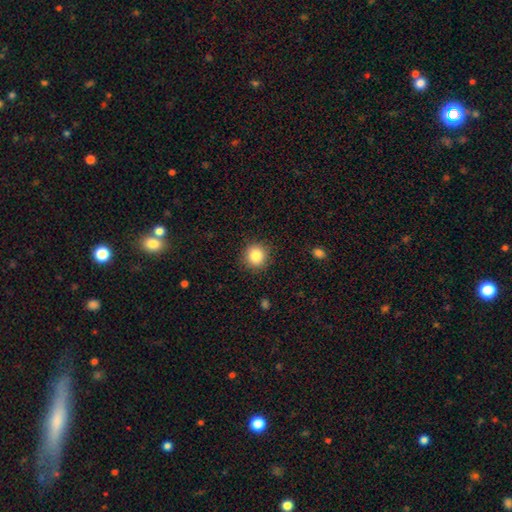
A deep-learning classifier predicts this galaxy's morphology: Smooth or featured? smooth (85%)
How rounded? round (92%)
Merging? none (90%)